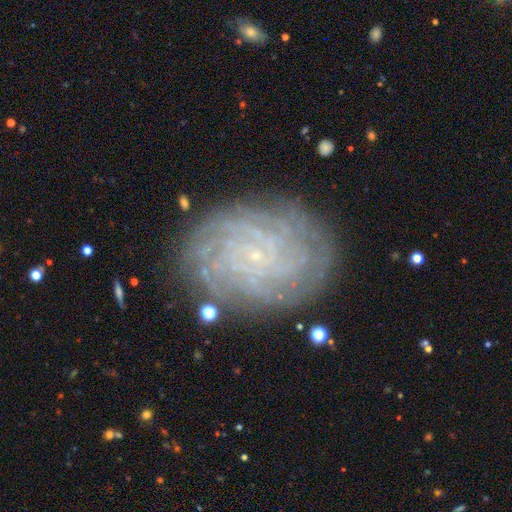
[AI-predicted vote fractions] Smooth or featured? featured or disk (83%)
Edge-on disk? no (97%)
Bar? no (78%)
Spiral arms? yes (97%)
Spiral winding? tight (82%)
Spiral arm count? more than 4 (34%)
Bulge size? small (90%)
Merging? none (83%)